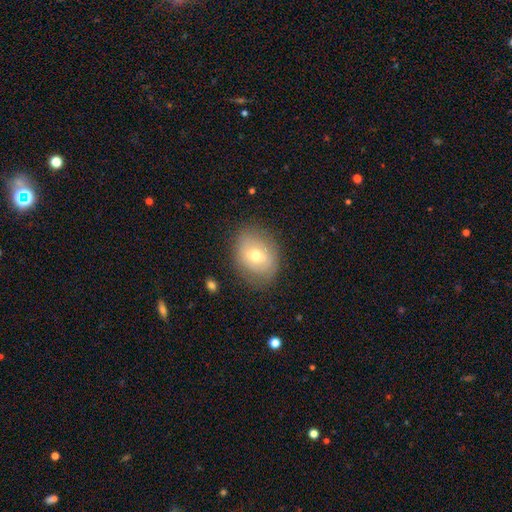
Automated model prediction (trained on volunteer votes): Morphology: type=smooth (54%); roundness=in between (61%); merging=none (78%).